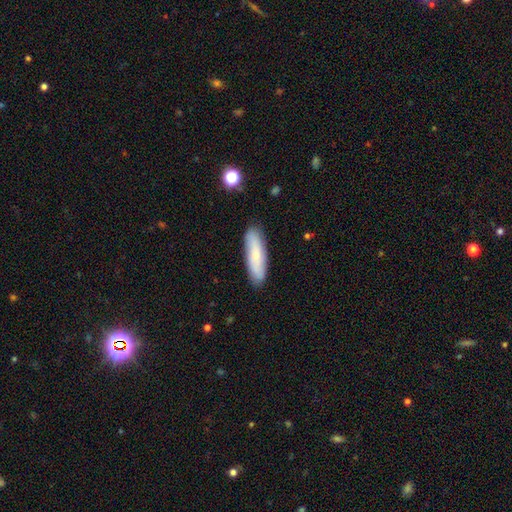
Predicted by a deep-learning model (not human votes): Smooth or featured? smooth (62%)
How rounded? cigar-shaped (59%)
Merging? none (87%)